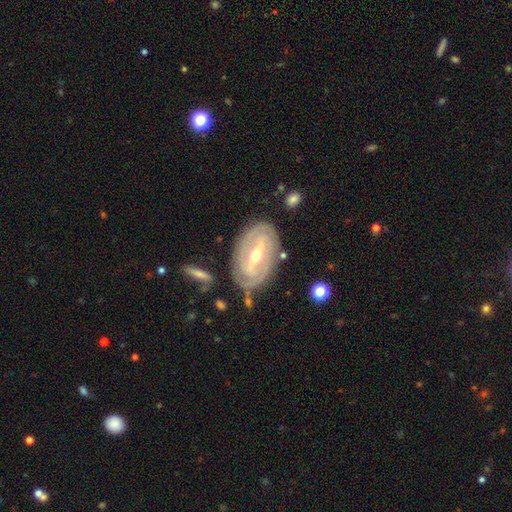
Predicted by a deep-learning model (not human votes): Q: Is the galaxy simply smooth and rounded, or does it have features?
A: featured or disk — 84%.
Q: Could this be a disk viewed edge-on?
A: no — 94%.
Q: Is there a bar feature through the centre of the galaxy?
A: strong — 49%.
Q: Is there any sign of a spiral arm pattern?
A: yes — 89%.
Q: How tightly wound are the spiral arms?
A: tight — 74%.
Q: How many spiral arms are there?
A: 2 — 49%.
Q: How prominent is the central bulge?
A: moderate — 62%.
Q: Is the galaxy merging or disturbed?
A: none — 75%.